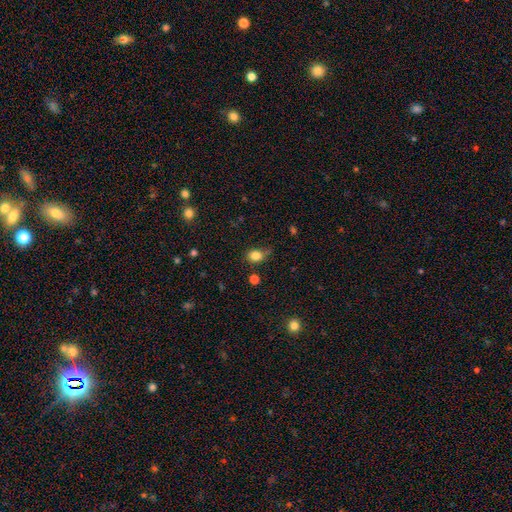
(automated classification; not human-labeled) The model was most divided on "how rounded": round: 50%, in between: 49%, cigar-shaped: 1%. More confident: smooth or featured — smooth (83%); merging — none (66%).